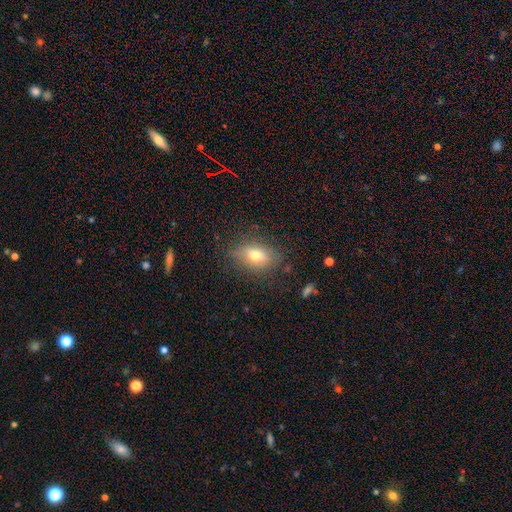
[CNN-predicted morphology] Overall: smooth (70%). How rounded: in between (74%). Merging: none (79%).